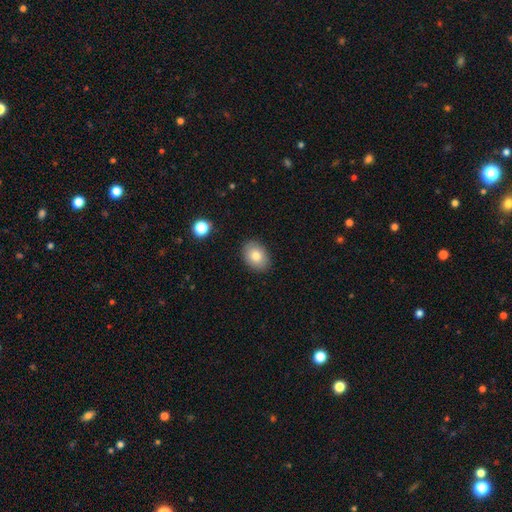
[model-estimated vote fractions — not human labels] A smooth galaxy with no disk features (80%) that is in between round and cigar-shaped (76%). Merging: none (87%).